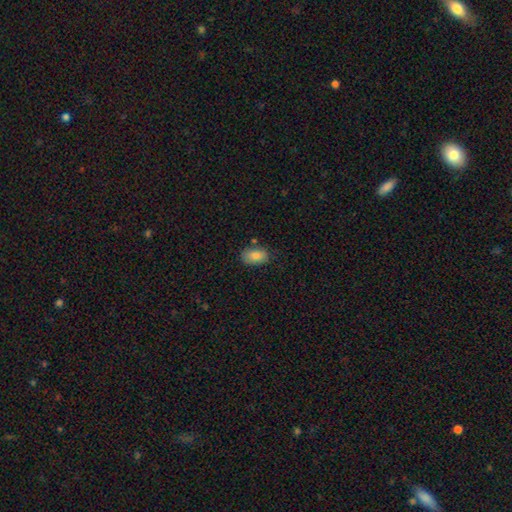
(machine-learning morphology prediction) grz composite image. It shows a smooth galaxy with no disk features (85%) that is in between round and cigar-shaped (90%). Merging: none (74%).